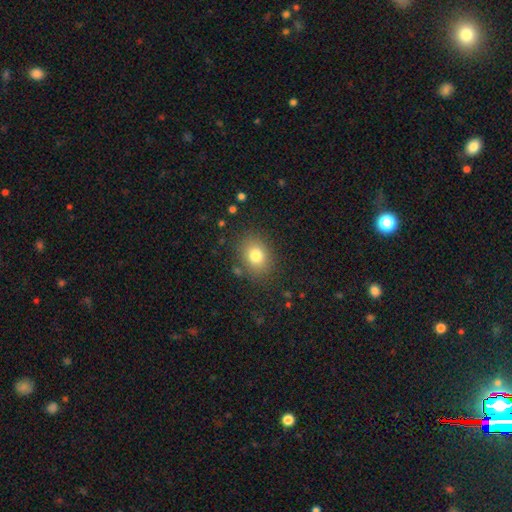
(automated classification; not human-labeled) Overall: smooth (78%). How rounded: round (54%; in between 45%). Merging: none (83%).